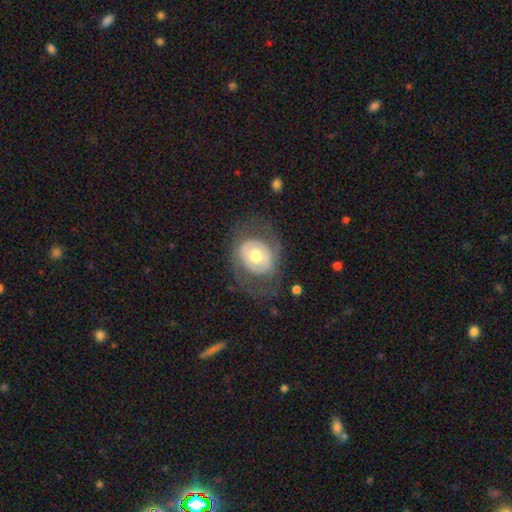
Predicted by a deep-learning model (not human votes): featured or disk 59%, smooth 35%, star or artifact 6%. Down the decision tree: edge-on disk — no (95%); bar — no (74%); spiral arms — no (68%); bulge size — moderate (69%); merging — none (66%).